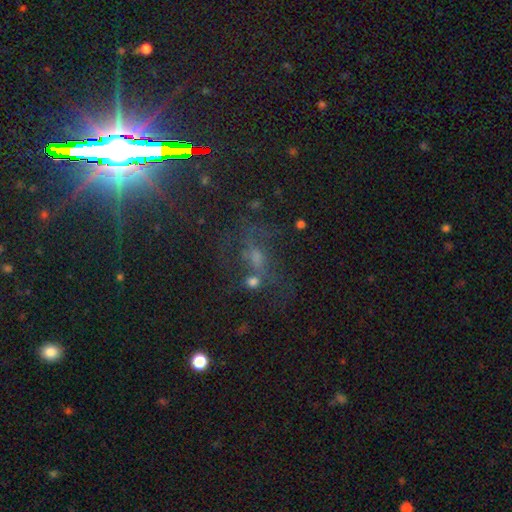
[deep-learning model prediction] Smooth or featured?
  - smooth: 38% *
  - featured or disk: 34%
  - star or artifact: 28%
Merging?
  - none: 39% *
  - major disturbance: 26%
  - merger: 18%
  - minor disturbance: 17%